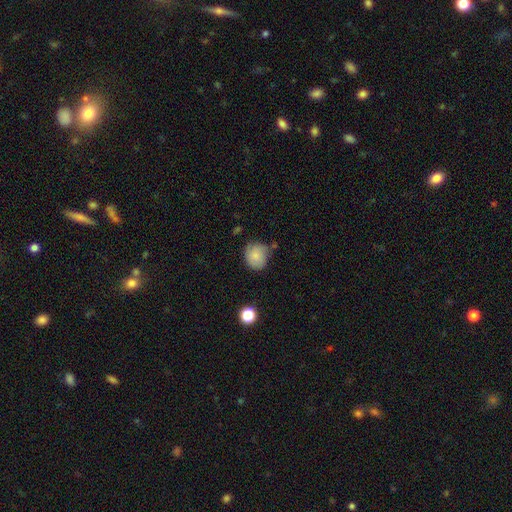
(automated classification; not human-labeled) smooth_or_featured: smooth (p=0.82) [alt: featured or disk p=0.10]
how_rounded: round (p=0.75) [alt: in between p=0.24]
merging: none (p=0.64) [alt: minor disturbance p=0.26]